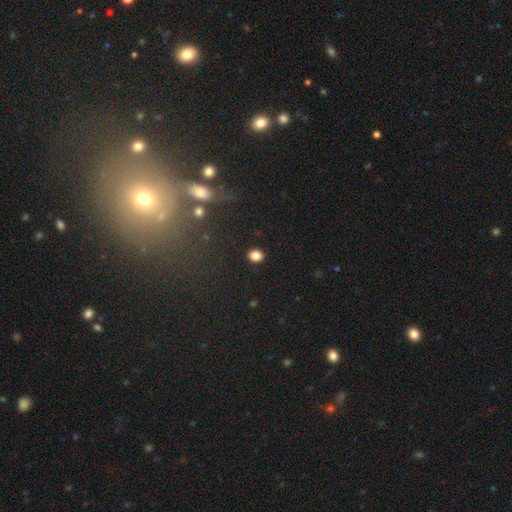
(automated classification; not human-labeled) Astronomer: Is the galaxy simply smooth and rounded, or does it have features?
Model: smooth — 85%.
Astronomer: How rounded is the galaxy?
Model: round — 64%.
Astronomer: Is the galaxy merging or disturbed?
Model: none — 90%.